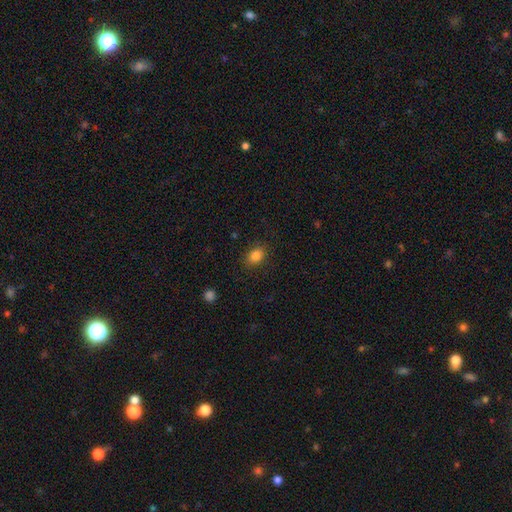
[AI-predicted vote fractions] Q: Smooth or featured?
A: smooth (84%); runner-up: star or artifact (10%)
Q: How rounded?
A: in between (67%); runner-up: round (32%)
Q: Merging?
A: none (86%); runner-up: minor disturbance (11%)